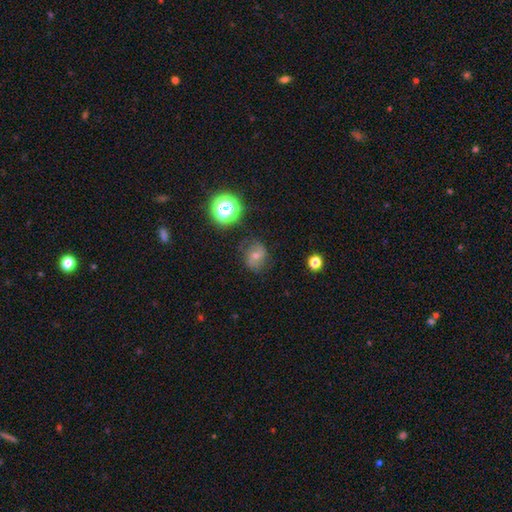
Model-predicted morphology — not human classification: featured or disk 49%, smooth 29%, star or artifact 21%. Down the decision tree: merging — none (78%).